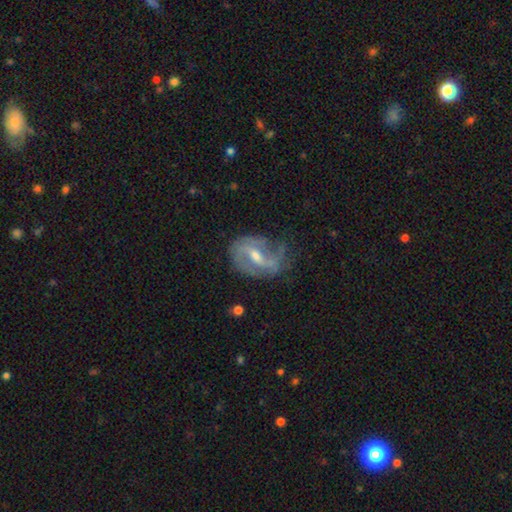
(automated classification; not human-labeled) smooth_or_featured: featured or disk (p=0.81) [alt: smooth p=0.12]
disk_edge_on: no (p=0.96) [alt: yes p=0.04]
bar: weak (p=0.51) [alt: strong p=0.33]
has_spiral_arms: yes (p=0.89) [alt: no p=0.11]
spiral_winding: medium (p=0.42) [alt: loose p=0.36]
spiral_arm_count: 2 (p=0.64) [alt: can't tell p=0.15]
bulge_size: moderate (p=0.60) [alt: small p=0.33]
merging: none (p=0.55) [alt: minor disturbance p=0.27]